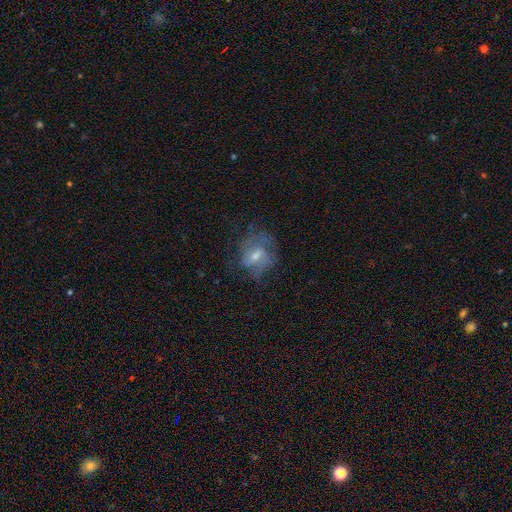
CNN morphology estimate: smooth-or-featured: featured or disk: 61% | smooth: 30% | star or artifact: 9%
  disk-edge-on: no: 96% | yes: 4%
    bar: weak: 52% | no: 33% | strong: 15%
    has-spiral-arms: yes: 72% | no: 28%
    bulge-size: moderate: 51% | small: 38% | none: 5% | large: 4% | dominant: 1%
  merging: none: 54% | minor disturbance: 24% | major disturbance: 21% | merger: 1%